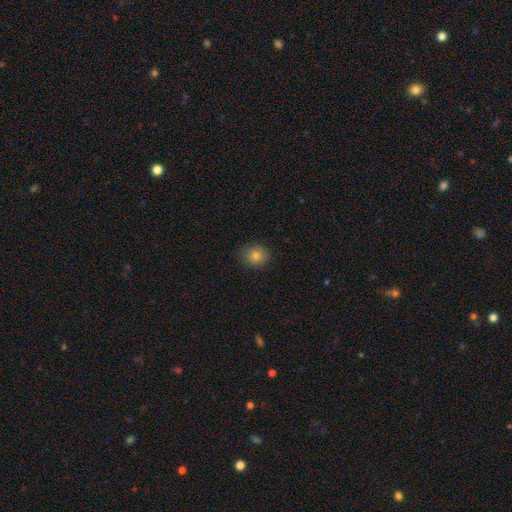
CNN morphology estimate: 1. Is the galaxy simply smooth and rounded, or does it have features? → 79% smooth, 12% star or artifact, 9% featured or disk.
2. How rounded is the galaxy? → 66% round, 33% in between, 1% cigar-shaped.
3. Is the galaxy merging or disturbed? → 86% none, 10% minor disturbance, 2% major disturbance, 1% merger.